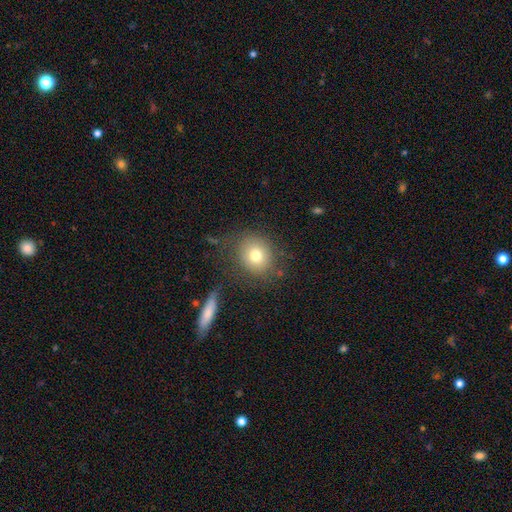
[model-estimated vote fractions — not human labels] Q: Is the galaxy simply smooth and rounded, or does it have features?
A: smooth — 75%.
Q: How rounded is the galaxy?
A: round — 76%.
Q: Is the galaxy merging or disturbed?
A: none — 77%.